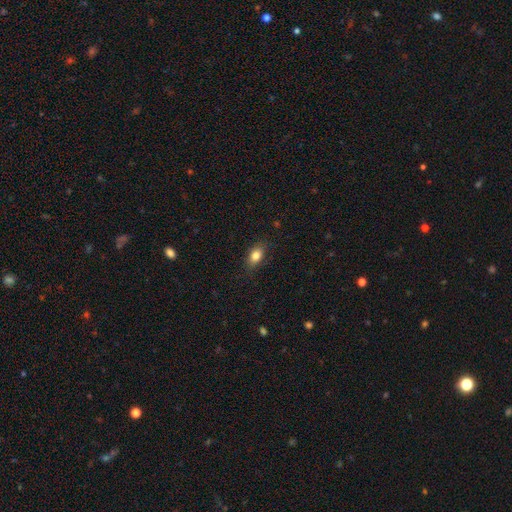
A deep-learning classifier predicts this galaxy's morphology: A smooth galaxy with no disk features (83%) that is in between round and cigar-shaped (82%). Merging: none (83%).